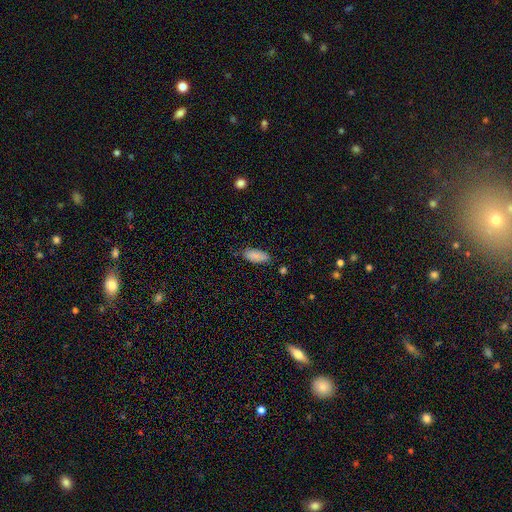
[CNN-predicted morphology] type=smooth (87%); roundness=in between (85%); merging=none (76%).